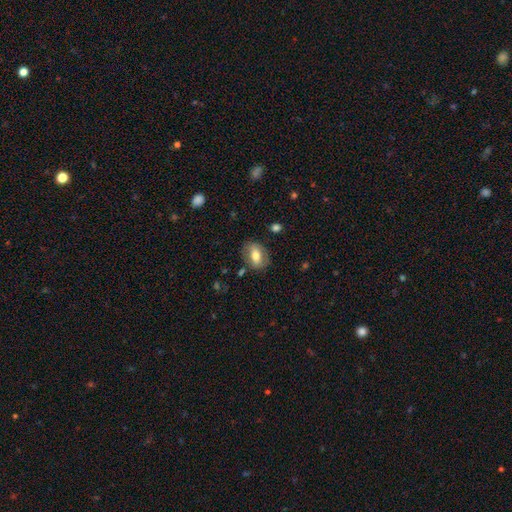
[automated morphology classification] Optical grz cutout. It shows a smooth galaxy with no disk features (63%) that is in between round and cigar-shaped (76%). Merging: none (79%).